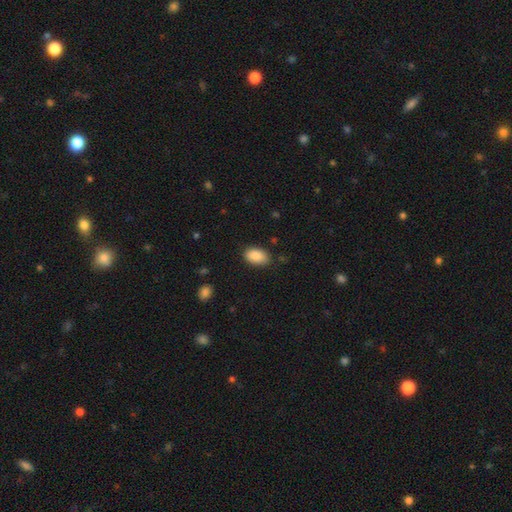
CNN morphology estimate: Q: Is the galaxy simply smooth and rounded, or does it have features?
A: smooth — 90%.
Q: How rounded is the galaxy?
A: in between — 93%.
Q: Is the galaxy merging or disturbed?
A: none — 84%.